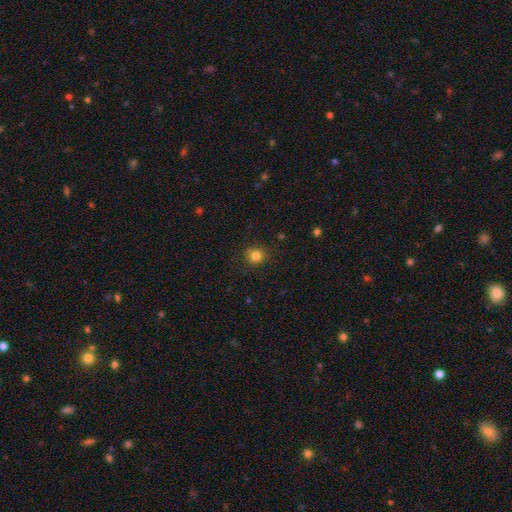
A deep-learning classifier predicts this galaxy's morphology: Smooth or featured: smooth — 82% (star or artifact — 12%)
How rounded: round — 86% (in between — 13%)
Merging: none — 88% (minor disturbance — 9%)